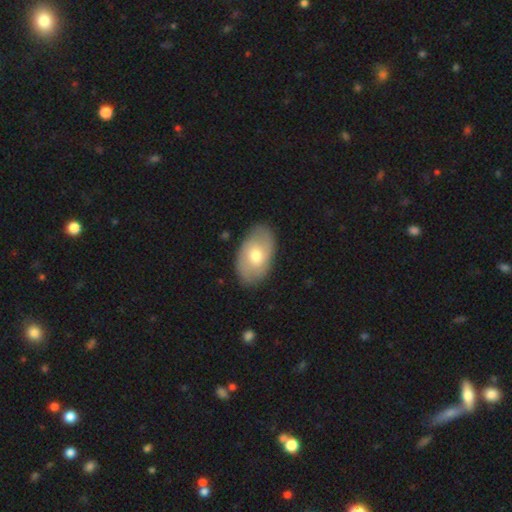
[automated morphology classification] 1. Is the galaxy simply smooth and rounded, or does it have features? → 63% smooth, 32% featured or disk, 6% star or artifact.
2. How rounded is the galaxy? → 92% in between, 7% round, 1% cigar-shaped.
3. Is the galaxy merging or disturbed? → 82% none, 14% minor disturbance, 3% major disturbance, 1% merger.